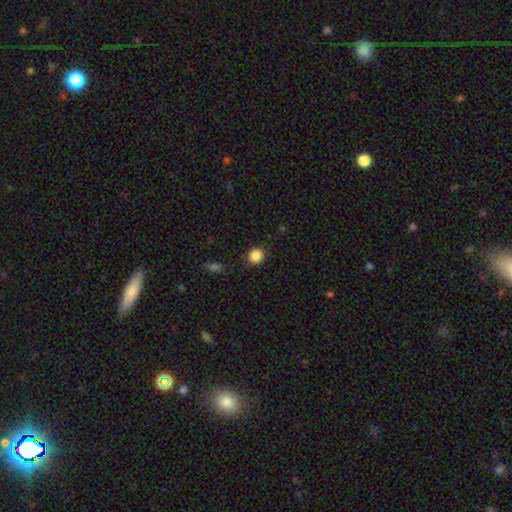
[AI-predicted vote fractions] Smooth or featured? smooth (87%)
How rounded? round (89%)
Merging? none (85%)